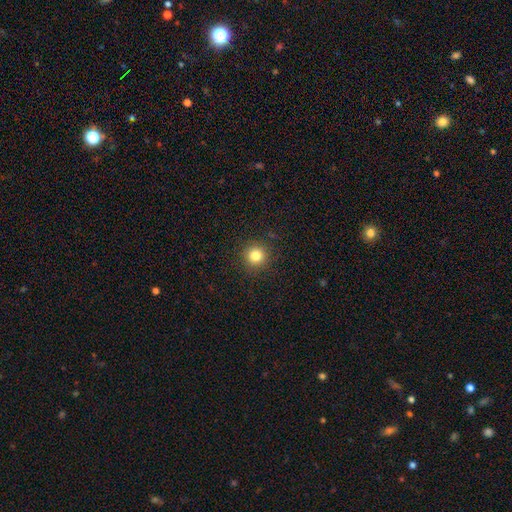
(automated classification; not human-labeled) A smooth galaxy with no disk features (82%) that is round (94%). Merging: none (91%).